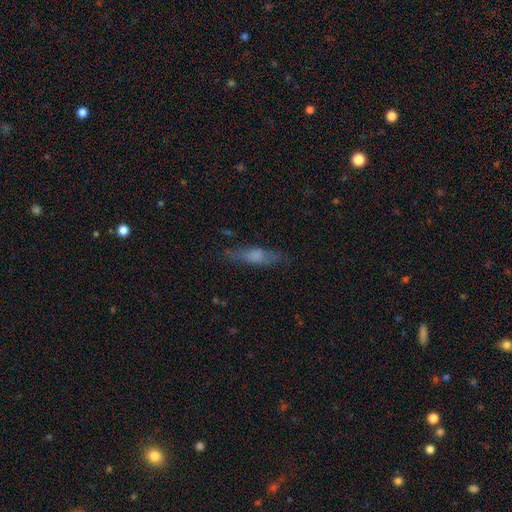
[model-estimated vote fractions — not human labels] Smooth or featured: smooth — 56% (featured or disk — 35%)
How rounded: cigar-shaped — 63% (in between — 34%)
Merging: none — 73% (minor disturbance — 18%)